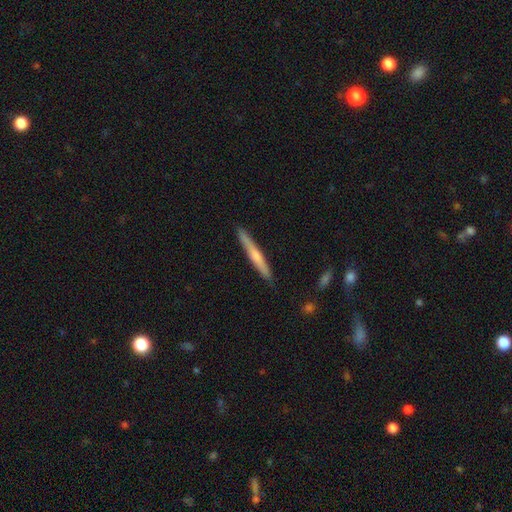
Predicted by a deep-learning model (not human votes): This appears to be a featured or disk galaxy (49%). Merging: none (90%).